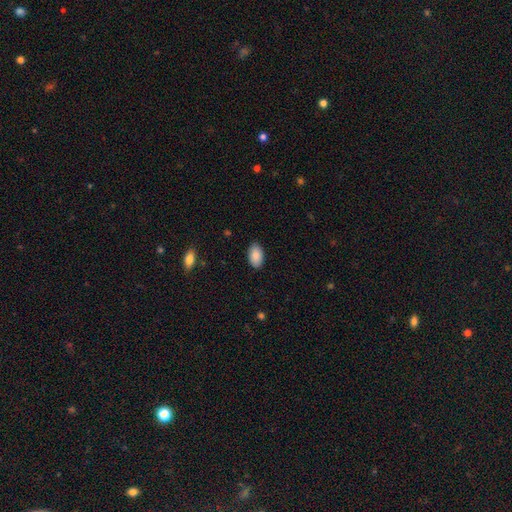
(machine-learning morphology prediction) A smooth galaxy with no disk features (88%) that is in between round and cigar-shaped (95%).

Vote fractions:
- Smooth or featured? smooth: 88% / star or artifact: 7% / featured or disk: 6%
- How rounded? in between: 95% / round: 4% / cigar-shaped: 1%
- Merging? none: 87% / minor disturbance: 10% / major disturbance: 2% / merger: 1%